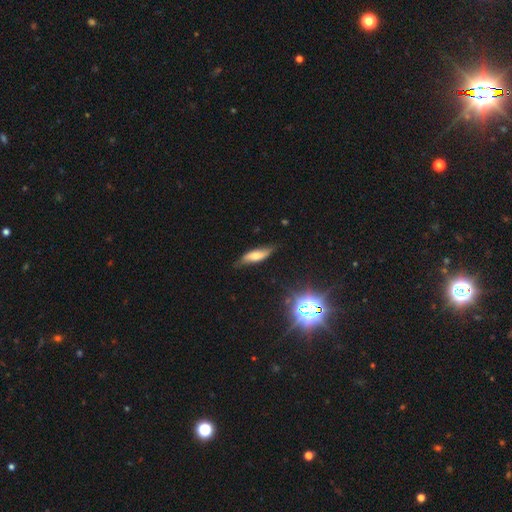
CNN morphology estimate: This is possibly a smooth galaxy (51%). How rounded: possibly cigar-shaped (52%). Merging: likely none (66%).